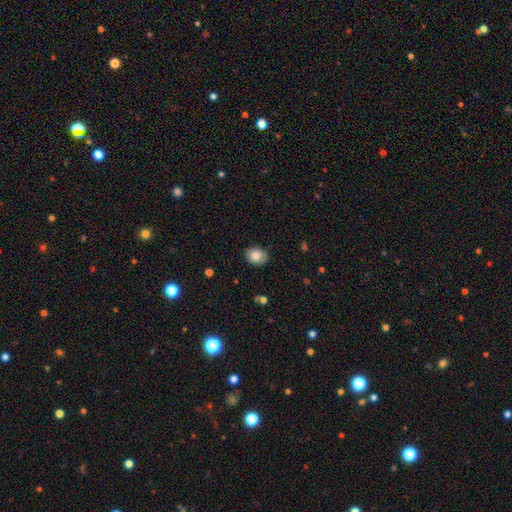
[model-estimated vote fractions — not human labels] This is clearly a smooth galaxy (84%). How rounded: possibly in between (52%). Merging: clearly none (85%).